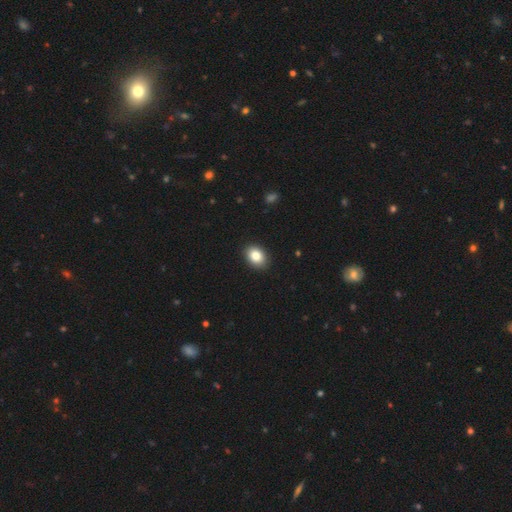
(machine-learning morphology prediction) Smooth or featured?
  - smooth: 85% *
  - star or artifact: 9%
  - featured or disk: 6%
How rounded?
  - in between: 69% *
  - round: 30%
  - cigar-shaped: 1%
Merging?
  - none: 89% *
  - minor disturbance: 8%
  - major disturbance: 2%
  - merger: 1%